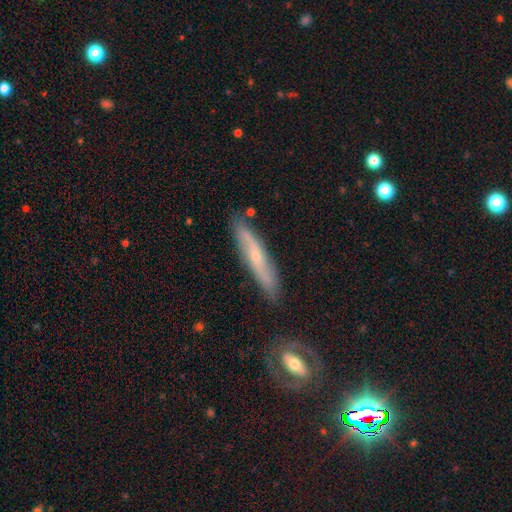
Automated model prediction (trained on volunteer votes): Morphology: type=featured or disk (62%); edge-on=yes (56%); merging=none (82%).